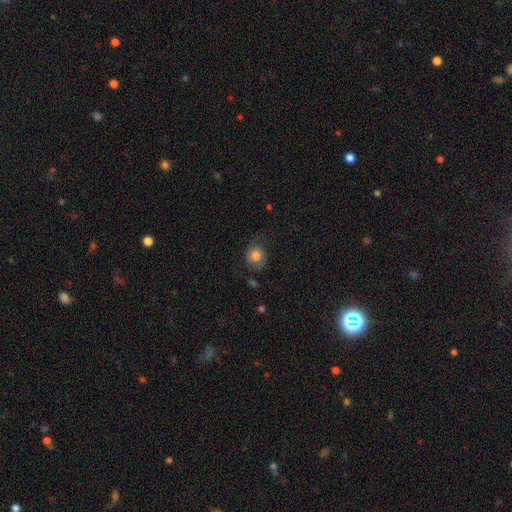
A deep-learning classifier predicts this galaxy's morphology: Smooth or featured?
  - smooth: 74% *
  - featured or disk: 17%
  - star or artifact: 9%
How rounded?
  - round: 78% *
  - in between: 21%
  - cigar-shaped: 1%
Merging?
  - none: 60% *
  - minor disturbance: 25%
  - major disturbance: 13%
  - merger: 2%